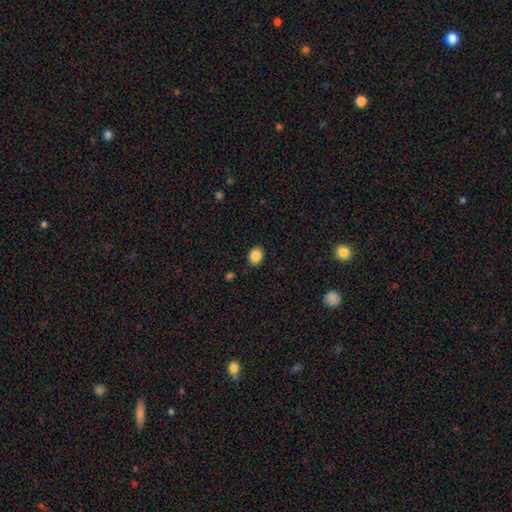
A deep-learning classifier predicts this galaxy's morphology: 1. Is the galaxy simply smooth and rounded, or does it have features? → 87% smooth, 9% star or artifact, 4% featured or disk.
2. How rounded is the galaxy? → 64% in between, 35% round, 1% cigar-shaped.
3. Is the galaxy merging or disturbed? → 88% none, 9% minor disturbance, 2% major disturbance, 1% merger.